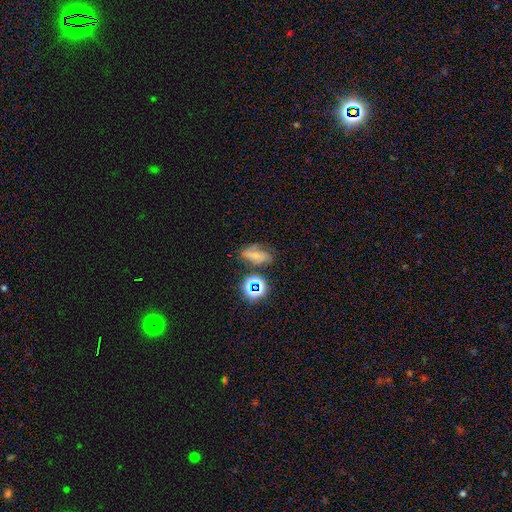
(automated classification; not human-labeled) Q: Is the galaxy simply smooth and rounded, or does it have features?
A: featured or disk — 46%.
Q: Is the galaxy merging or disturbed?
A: none — 56%.